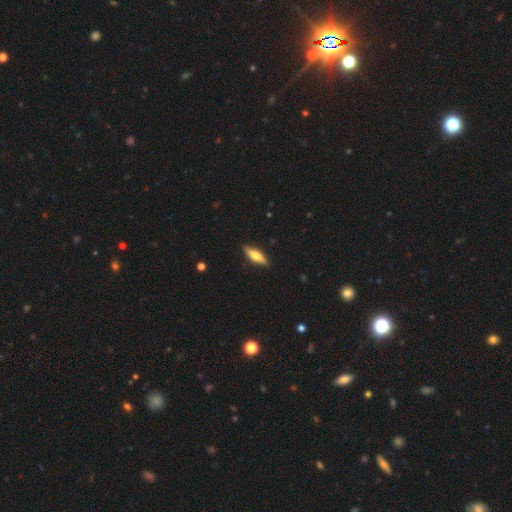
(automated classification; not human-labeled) Smooth or featured? smooth (59%)
How rounded? cigar-shaped (53%)
Merging? none (88%)